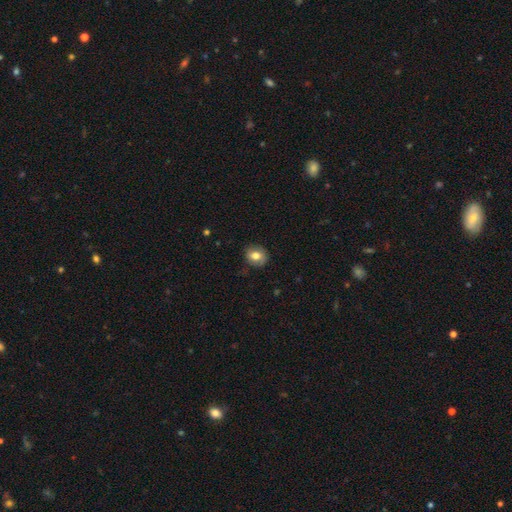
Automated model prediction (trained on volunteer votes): Smooth or featured? Predicted: smooth (p=0.77). How rounded? Predicted: round (p=0.64). Merging? Predicted: none (p=0.80).